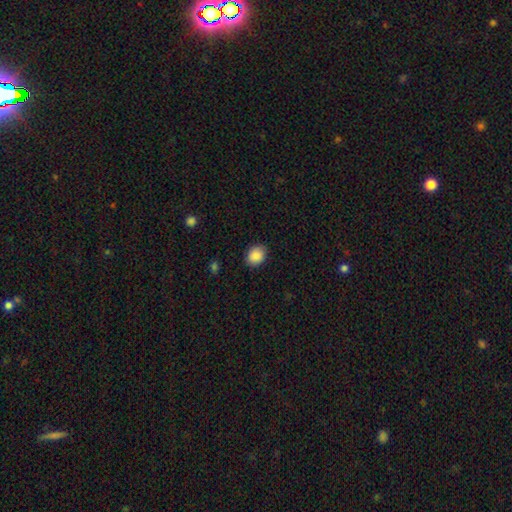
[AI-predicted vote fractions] Smooth or featured? smooth (88%)
How rounded? round (52%)
Merging? none (86%)